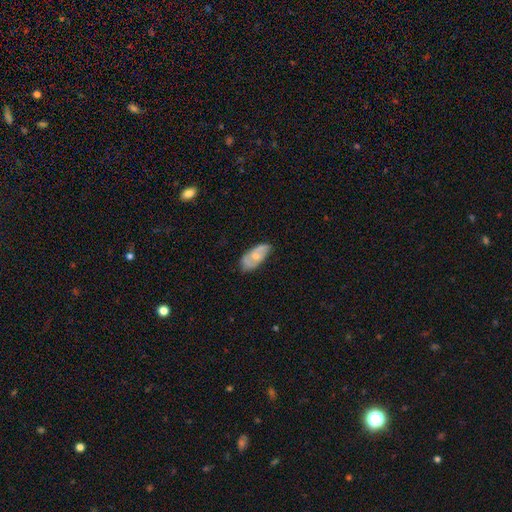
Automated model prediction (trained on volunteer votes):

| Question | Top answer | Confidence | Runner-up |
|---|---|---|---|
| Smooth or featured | featured or disk | 51% | smooth (43%) |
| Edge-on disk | no | 91% | yes (9%) |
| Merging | none | 63% | minor disturbance (28%) |